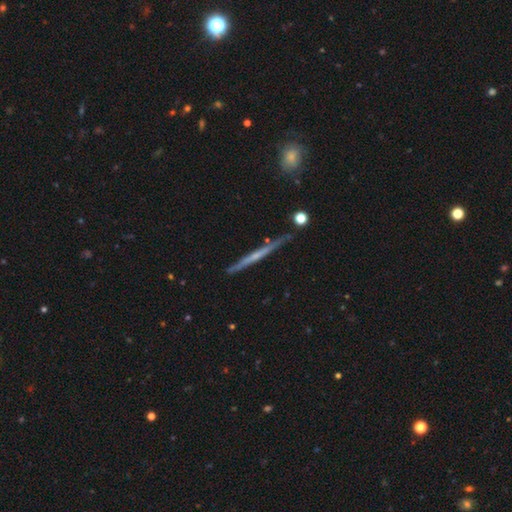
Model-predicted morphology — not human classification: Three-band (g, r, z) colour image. It shows a featured or disk galaxy (64%) viewed edge-on (97%) with no central bulge (73%). Merging: none (85%).